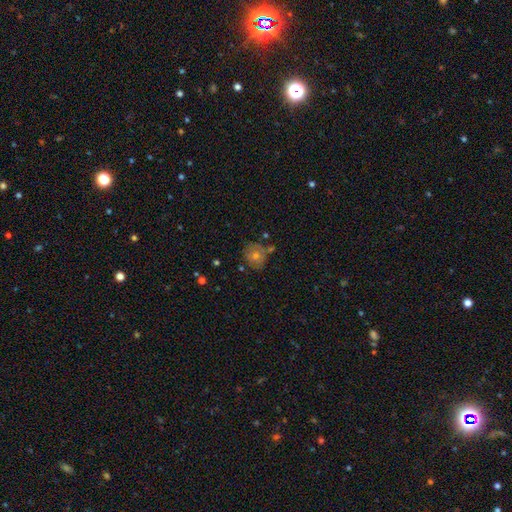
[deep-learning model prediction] Smooth or featured? Predicted: smooth (p=0.53). How rounded? Predicted: round (p=0.78). Merging? Predicted: none (p=0.69).